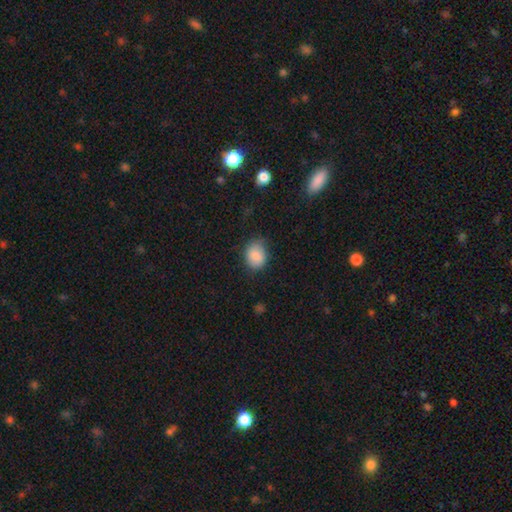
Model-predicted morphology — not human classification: The model was most divided on "how rounded": in between: 53%, round: 46%, cigar-shaped: 1%. More confident: smooth or featured — smooth (86%); merging — none (72%).